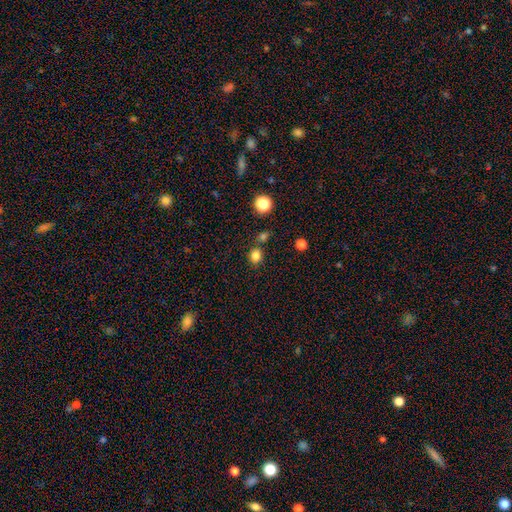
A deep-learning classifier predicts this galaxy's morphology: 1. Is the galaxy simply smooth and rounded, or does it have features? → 81% smooth, 14% star or artifact, 5% featured or disk.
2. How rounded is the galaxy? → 73% round, 26% in between, 1% cigar-shaped.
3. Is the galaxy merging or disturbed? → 71% none, 15% merger, 11% minor disturbance, 3% major disturbance.